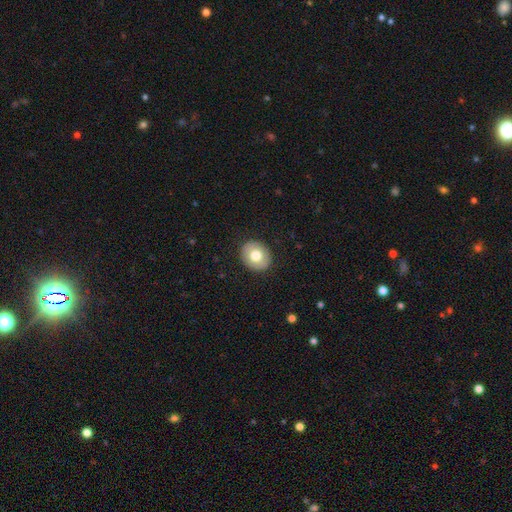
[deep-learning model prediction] smooth 73%, featured or disk 20%, star or artifact 7%. Down the decision tree: how rounded — round (68%); merging — none (90%).